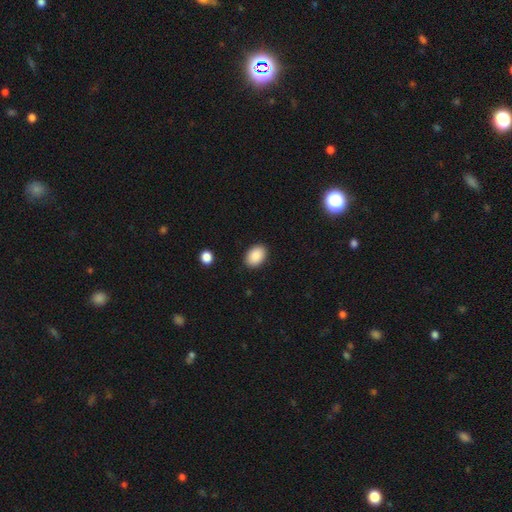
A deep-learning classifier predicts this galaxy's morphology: This is clearly a smooth galaxy (90%). How rounded: clearly in between (83%). Merging: clearly none (89%).